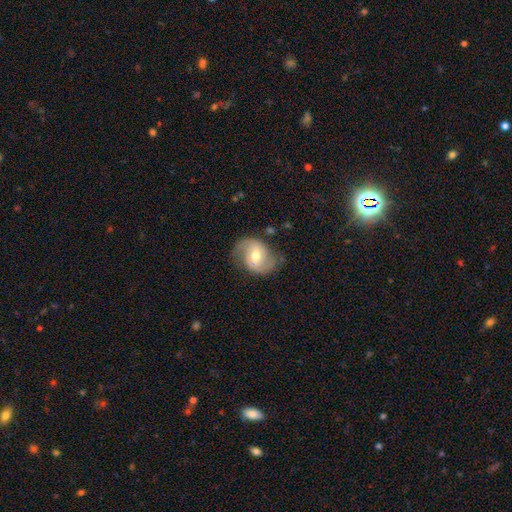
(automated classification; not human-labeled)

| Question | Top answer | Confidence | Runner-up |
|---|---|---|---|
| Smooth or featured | featured or disk | 73% | smooth (21%) |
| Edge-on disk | no | 97% | yes (3%) |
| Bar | weak | 45% | no (41%) |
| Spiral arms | yes | 89% | no (11%) |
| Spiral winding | medium | 46% | loose (29%) |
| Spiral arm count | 2 | 87% | can't tell (6%) |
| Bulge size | moderate | 72% | small (19%) |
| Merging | none | 69% | minor disturbance (21%) |